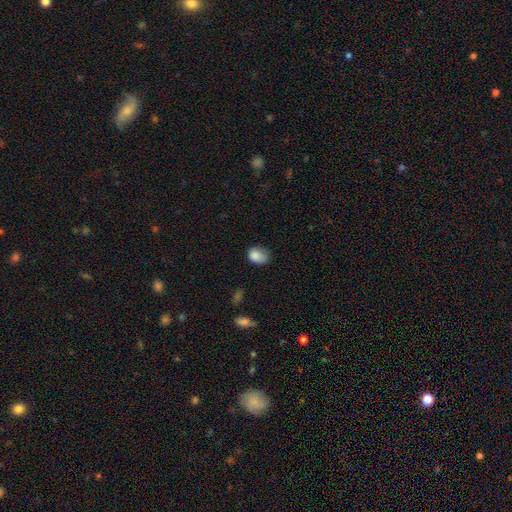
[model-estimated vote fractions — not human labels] This appears to be a smooth galaxy with no disk features (83%) that is in between round and cigar-shaped (56%). Merging: none (46%).